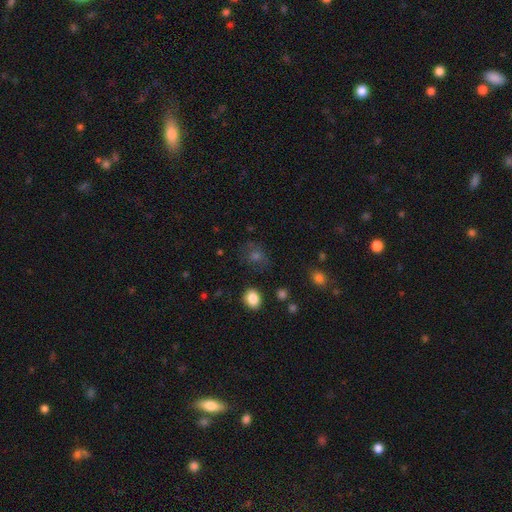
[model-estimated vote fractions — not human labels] smooth_or_featured: smooth (p=0.58) [alt: star or artifact p=0.28]
how_rounded: round (p=0.64) [alt: in between p=0.35]
merging: none (p=0.72) [alt: minor disturbance p=0.16]